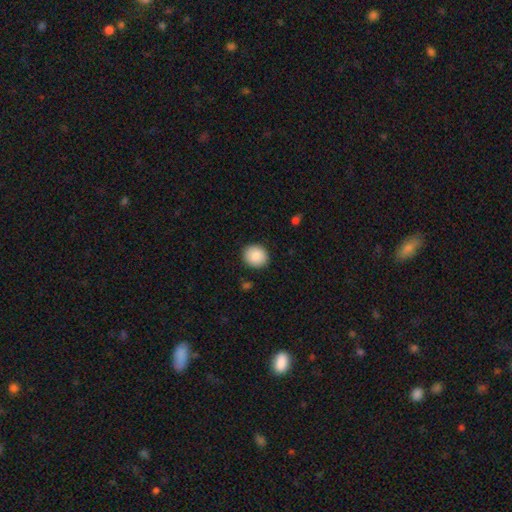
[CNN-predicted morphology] This is clearly a smooth galaxy (88%). How rounded: likely round (79%). Merging: clearly none (90%).